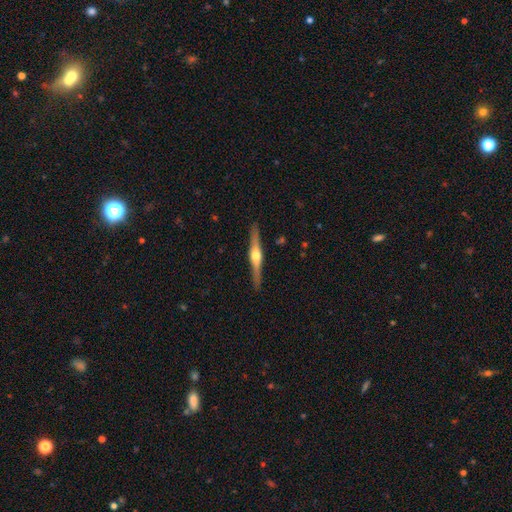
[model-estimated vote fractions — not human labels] Smooth or featured? Predicted: featured or disk (p=0.79). Edge-on disk? Predicted: yes (p=0.98). Edge-on bulge? Predicted: rounded (p=0.94). Merging? Predicted: none (p=0.91).